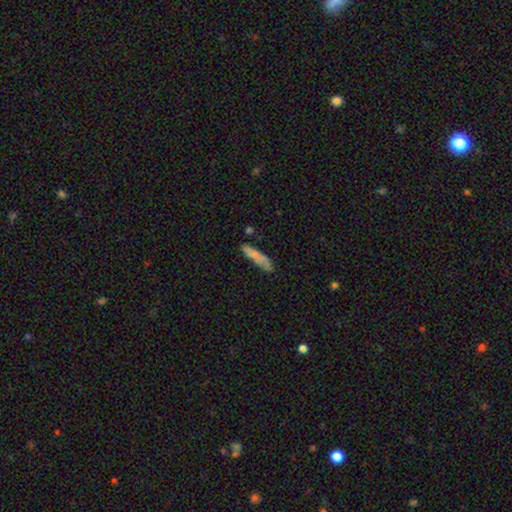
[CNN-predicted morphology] Smooth or featured? Predicted: smooth (p=0.70). How rounded? Predicted: cigar-shaped (p=0.80). Merging? Predicted: none (p=0.62).